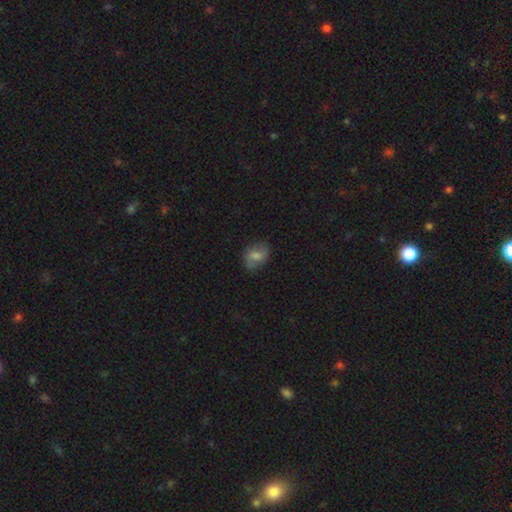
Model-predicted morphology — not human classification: Smooth or featured: smooth — 47% (featured or disk — 43%)
Merging: none — 75% (minor disturbance — 18%)